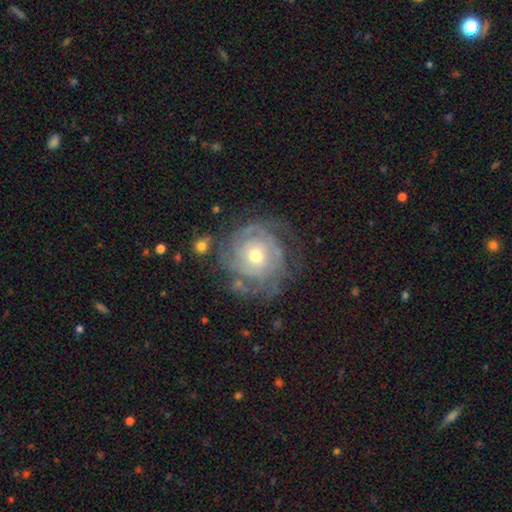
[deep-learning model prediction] Overall: featured or disk (82%). Edge-on disk: no (97%). Bar: no (79%). Spiral arms: yes (91%). Spiral arm count: can't tell (41%; 3 19%). Spiral winding: tight (75%). Bulge size: moderate (59%; small 36%). Merging: none (71%).